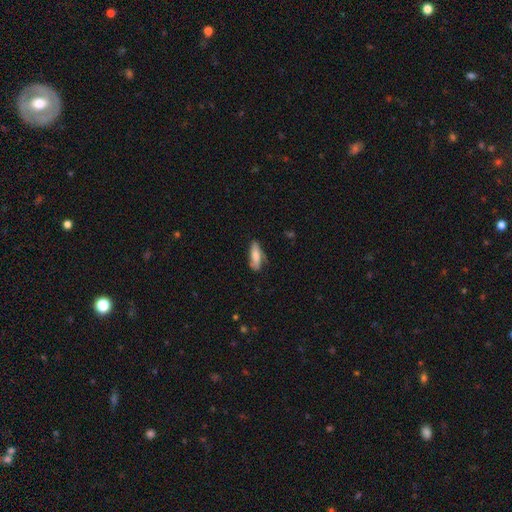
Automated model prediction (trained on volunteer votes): smooth-or-featured: smooth: 73% | featured or disk: 20% | star or artifact: 7%
  how-rounded: in between: 65% | cigar-shaped: 33% | round: 2%
  merging: none: 59% | minor disturbance: 29% | major disturbance: 9% | merger: 3%